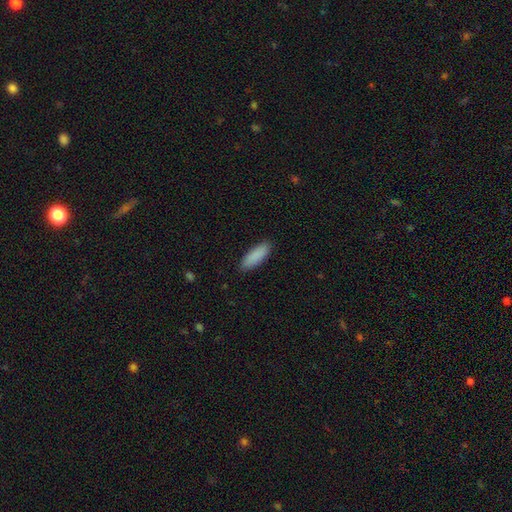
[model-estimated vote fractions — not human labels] This appears to be a smooth galaxy with no disk features (89%) that is in between round and cigar-shaped (58%). Merging: none (89%).